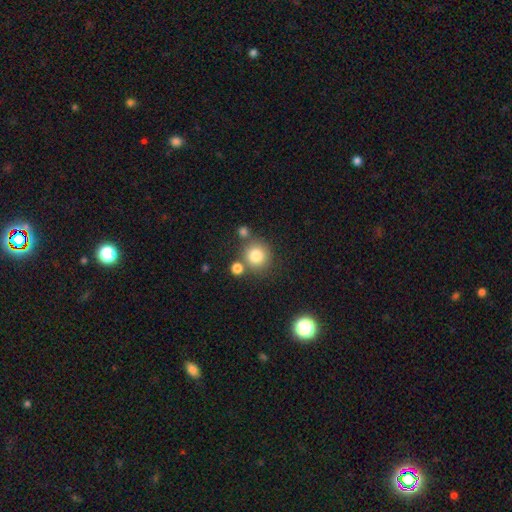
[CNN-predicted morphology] This is clearly a smooth galaxy (81%). How rounded: clearly round (91%). Merging: likely none (71%).